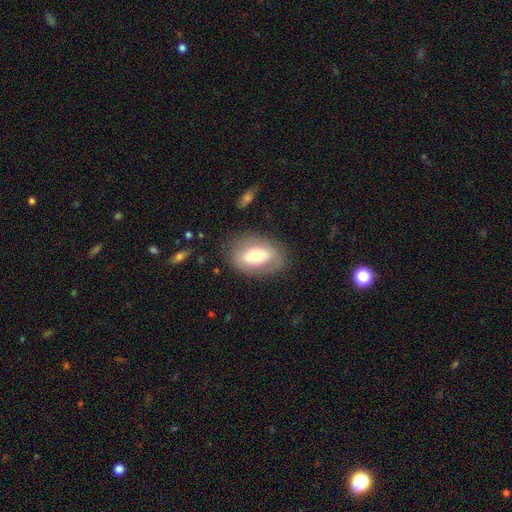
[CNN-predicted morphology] The model was most divided on "smooth or featured": smooth: 57%, featured or disk: 36%, star or artifact: 8%. More confident: how rounded — in between (84%); merging — none (76%).